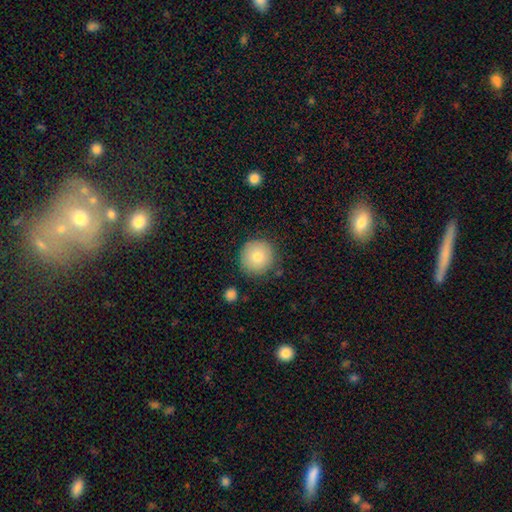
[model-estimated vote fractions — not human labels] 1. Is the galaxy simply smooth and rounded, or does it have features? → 79% smooth, 12% featured or disk, 9% star or artifact.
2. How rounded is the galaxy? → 94% round, 5% in between, 1% cigar-shaped.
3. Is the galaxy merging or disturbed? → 86% none, 9% minor disturbance, 3% major disturbance, 2% merger.